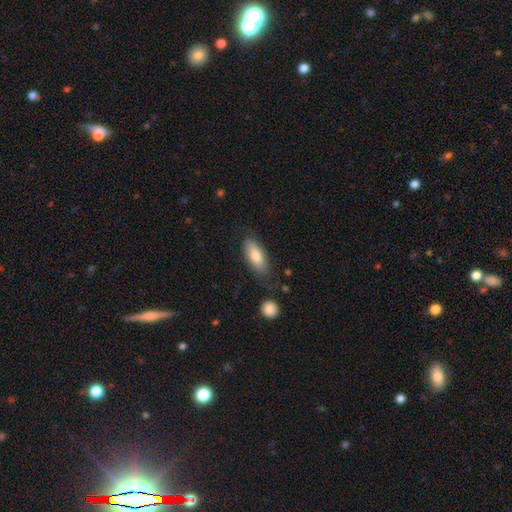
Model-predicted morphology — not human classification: smooth-or-featured: smooth: 78% | featured or disk: 16% | star or artifact: 6%
  how-rounded: in between: 75% | cigar-shaped: 22% | round: 2%
  merging: none: 76% | minor disturbance: 17% | major disturbance: 4% | merger: 3%